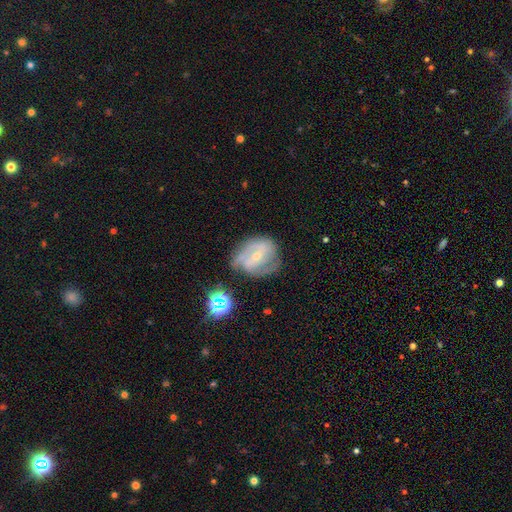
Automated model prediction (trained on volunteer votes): This is likely a featured or disk galaxy (79%). It is clearly not viewed edge-on (97%). Bar: marginally weak (44%). Spiral arm pattern: clearly yes (91%). Spiral arm count: possibly 2 (52%). Spiral winding: marginally medium (44%). Central bulge: likely small (66%). Merging: possibly none (56%).